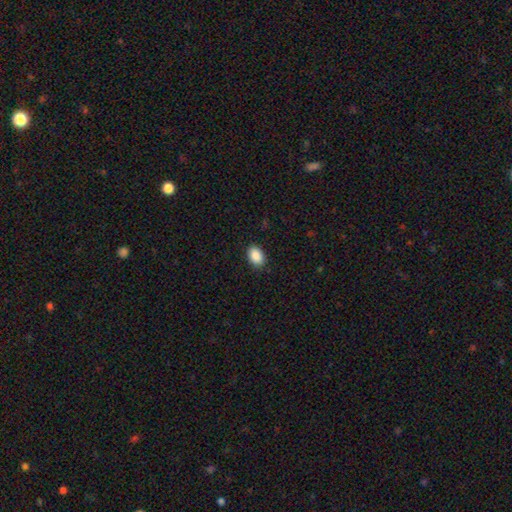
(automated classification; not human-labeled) smooth-or-featured: smooth: 90% | star or artifact: 7% | featured or disk: 3%
  how-rounded: in between: 86% | round: 13% | cigar-shaped: 1%
  merging: none: 88% | minor disturbance: 9% | major disturbance: 2% | merger: 1%